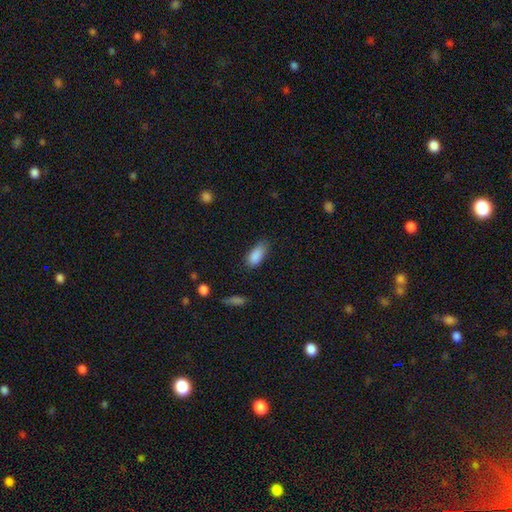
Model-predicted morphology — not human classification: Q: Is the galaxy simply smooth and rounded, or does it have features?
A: smooth — 87%.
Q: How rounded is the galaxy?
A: in between — 86%.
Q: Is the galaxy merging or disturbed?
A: none — 65%.